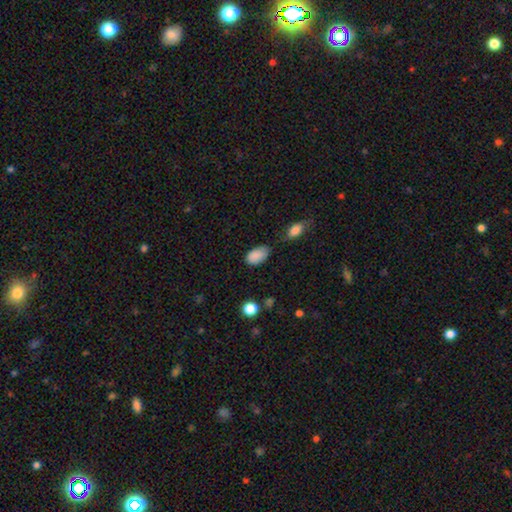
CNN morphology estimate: type=smooth (87%); roundness=in between (92%); merging=none (56%).